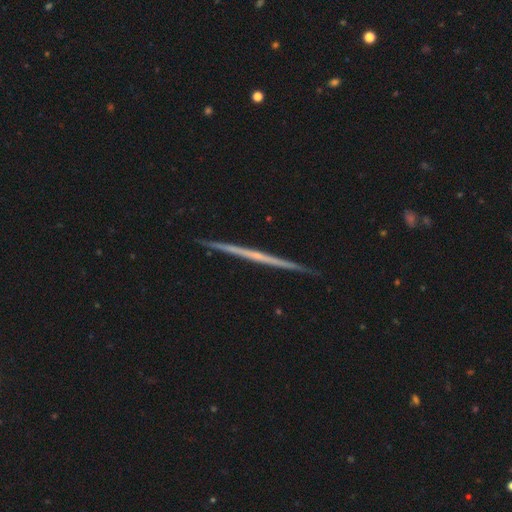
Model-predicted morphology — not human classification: smooth_or_featured: featured or disk (p=0.72) [alt: smooth p=0.23]
disk_edge_on: yes (p=0.98) [alt: no p=0.02]
edge_on_bulge: none (p=0.80) [alt: rounded p=0.16]
merging: none (p=0.92) [alt: minor disturbance p=0.06]